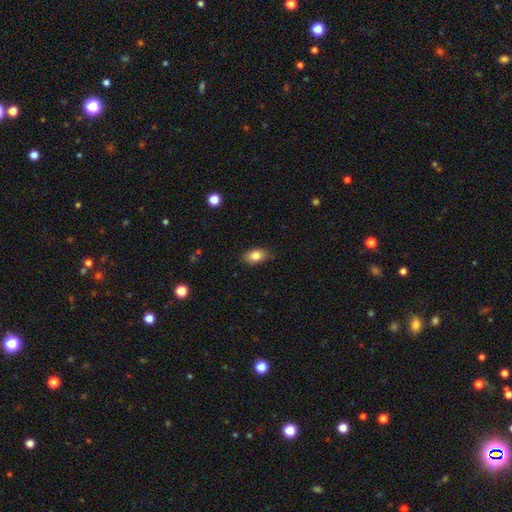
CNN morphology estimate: A smooth galaxy with no disk features (84%) that is in between round and cigar-shaped (87%). Merging: none (84%).